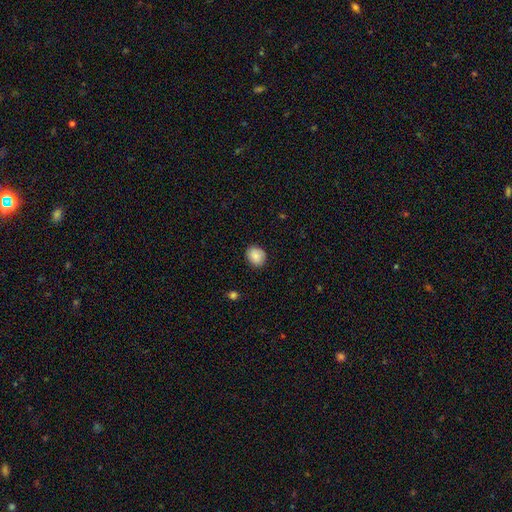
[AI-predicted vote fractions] A smooth galaxy with no disk features (86%) that is round (64%).

Vote fractions:
- Smooth or featured? smooth: 86% / star or artifact: 8% / featured or disk: 7%
- How rounded? round: 64% / in between: 35% / cigar-shaped: 1%
- Merging? none: 86% / minor disturbance: 10% / major disturbance: 2% / merger: 1%